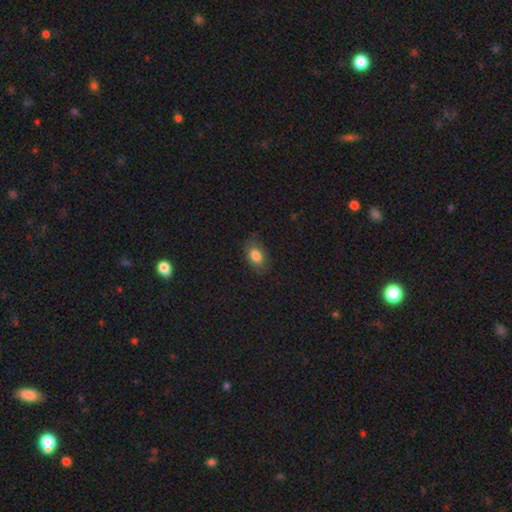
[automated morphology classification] This appears to be a smooth galaxy with no disk features (81%) that is in between round and cigar-shaped (85%). Merging: none (77%).